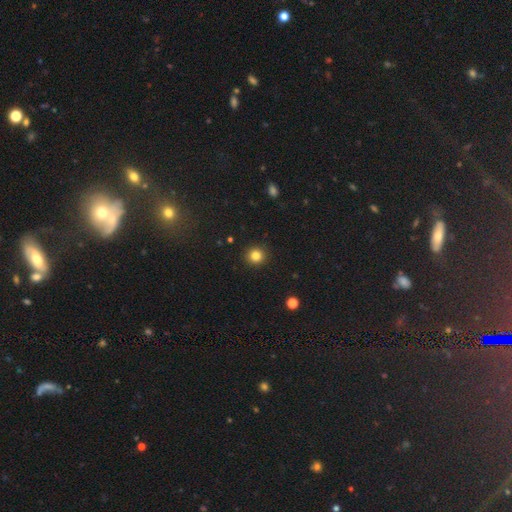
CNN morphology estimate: This is clearly a smooth galaxy (83%). How rounded: clearly round (93%). Merging: clearly none (92%).